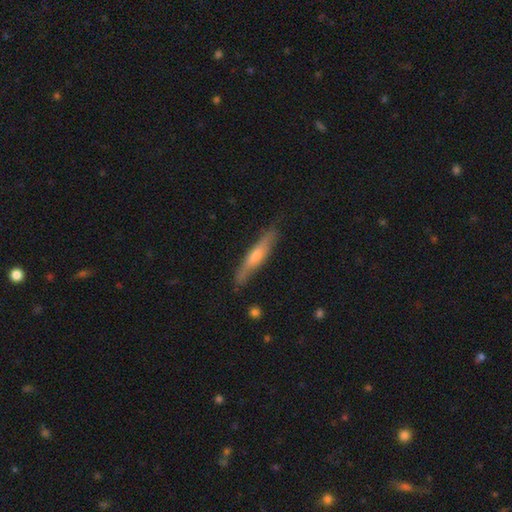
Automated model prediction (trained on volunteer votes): Smooth or featured? smooth (49%)
Merging? none (83%)